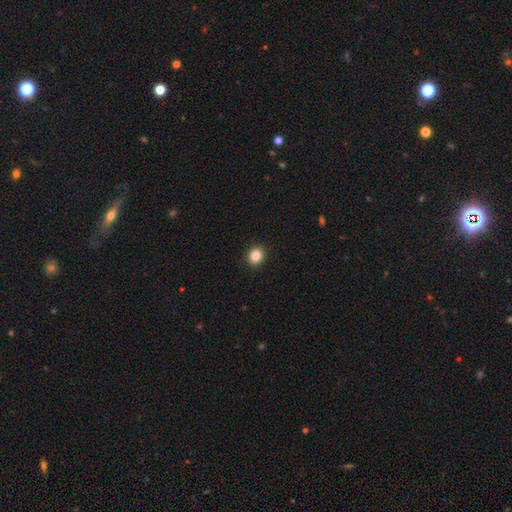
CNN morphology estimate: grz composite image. It shows a smooth galaxy with no disk features (87%) that is round (70%). Merging: none (92%).